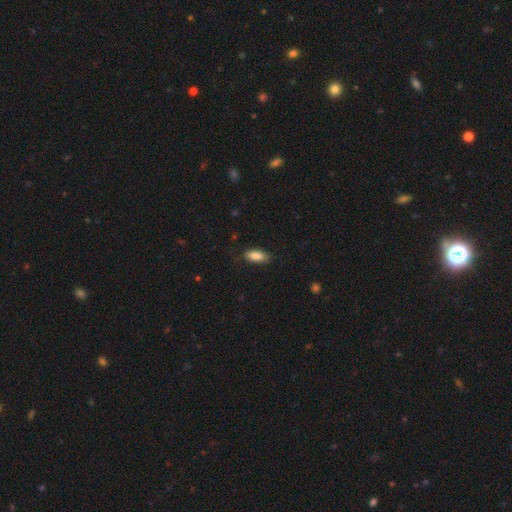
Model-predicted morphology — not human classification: smooth 86%, star or artifact 7%, featured or disk 7%. Down the decision tree: how rounded — in between (84%); merging — none (83%).